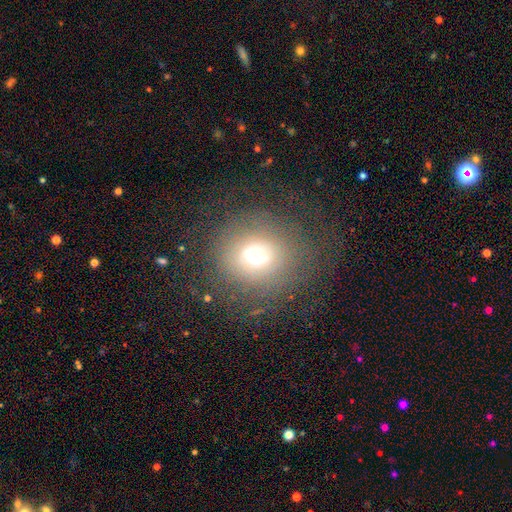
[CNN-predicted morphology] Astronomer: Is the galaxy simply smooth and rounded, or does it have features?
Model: smooth — 60%.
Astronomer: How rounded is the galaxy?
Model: round — 85%.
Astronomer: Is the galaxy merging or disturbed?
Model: none — 69%.